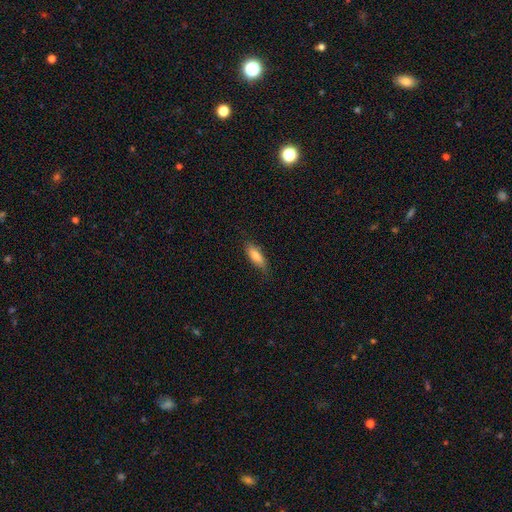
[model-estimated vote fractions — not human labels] The model was most divided on "how rounded": in between: 56%, cigar-shaped: 42%, round: 2%. More confident: smooth or featured — smooth (79%); merging — none (79%).